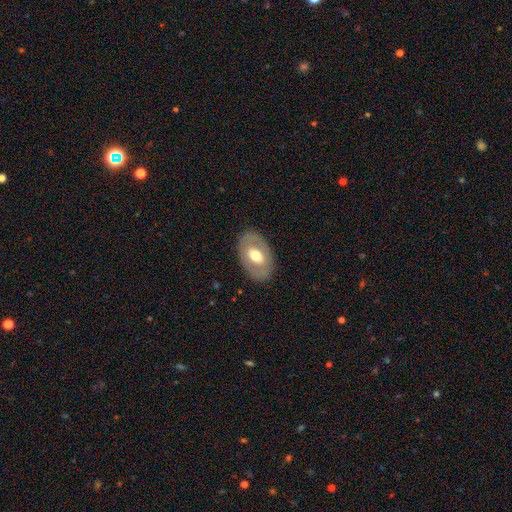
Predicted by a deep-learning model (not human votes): smooth-or-featured: smooth: 49% | featured or disk: 45% | star or artifact: 6%
  merging: none: 83% | minor disturbance: 11% | major disturbance: 5% | merger: 1%